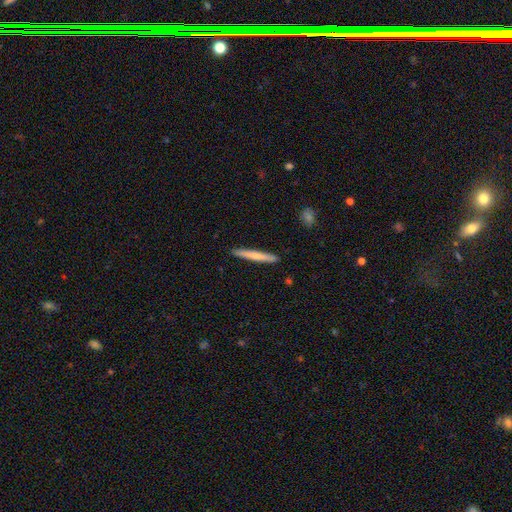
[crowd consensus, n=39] A smooth galaxy with no disk features (67%) that is cigar-shaped (88%). Merging: none (92%).